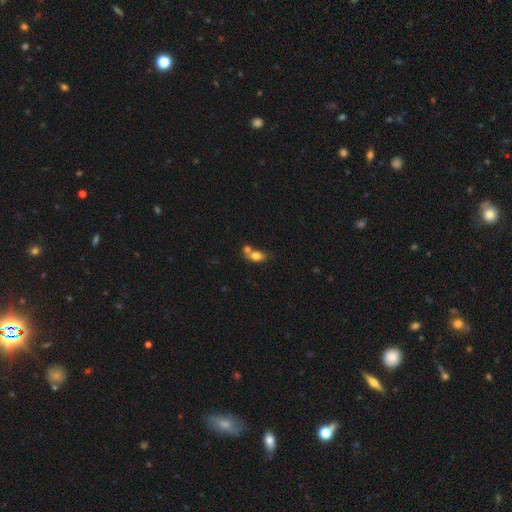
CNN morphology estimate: A smooth galaxy with no disk features (77%) that is in between round and cigar-shaped (77%).

Vote fractions:
- Smooth or featured? smooth: 77% / featured or disk: 13% / star or artifact: 9%
- How rounded? in between: 77% / round: 20% / cigar-shaped: 3%
- Merging? merger: 51% / none: 32% / minor disturbance: 11% / major disturbance: 5%